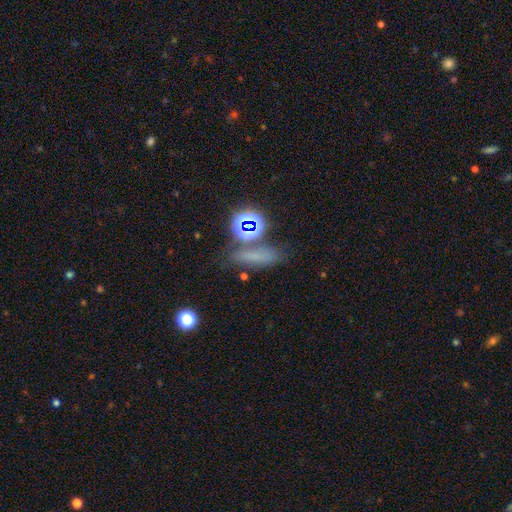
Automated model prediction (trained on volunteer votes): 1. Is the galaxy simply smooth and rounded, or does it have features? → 54% smooth, 31% star or artifact, 15% featured or disk.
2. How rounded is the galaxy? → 57% cigar-shaped, 28% in between, 15% round.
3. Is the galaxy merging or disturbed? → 67% none, 15% minor disturbance, 11% merger, 8% major disturbance.